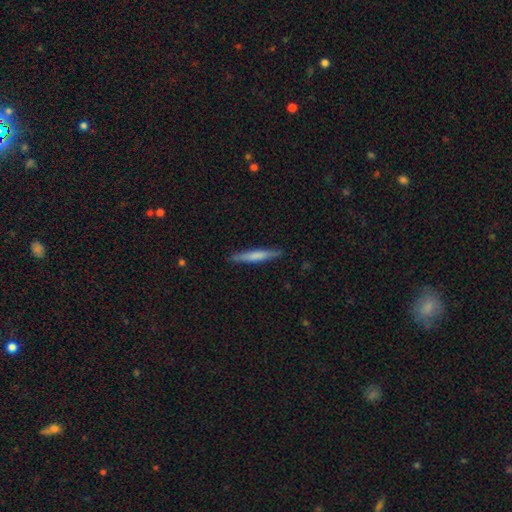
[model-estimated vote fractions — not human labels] Q: Smooth or featured?
A: smooth (62%); runner-up: featured or disk (33%)
Q: How rounded?
A: cigar-shaped (94%); runner-up: in between (4%)
Q: Merging?
A: none (89%); runner-up: minor disturbance (8%)